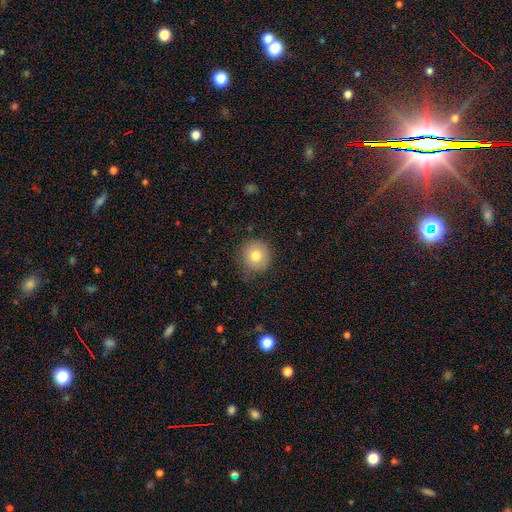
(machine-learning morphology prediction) Q: Smooth or featured?
A: smooth (78%); runner-up: featured or disk (12%)
Q: How rounded?
A: round (91%); runner-up: in between (8%)
Q: Merging?
A: none (81%); runner-up: minor disturbance (14%)